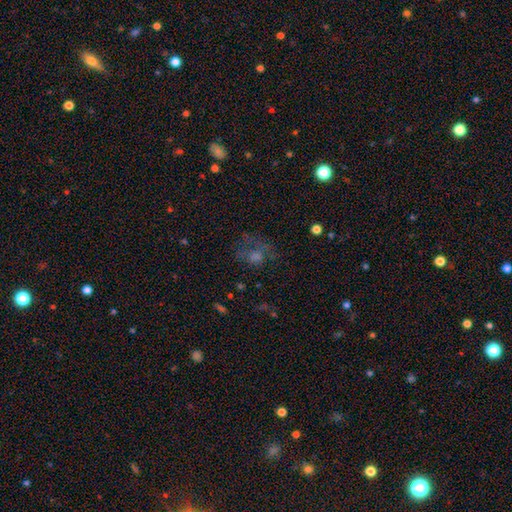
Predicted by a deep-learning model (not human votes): smooth 41%, featured or disk 31%, star or artifact 29%. Down the decision tree: merging — none (49%).